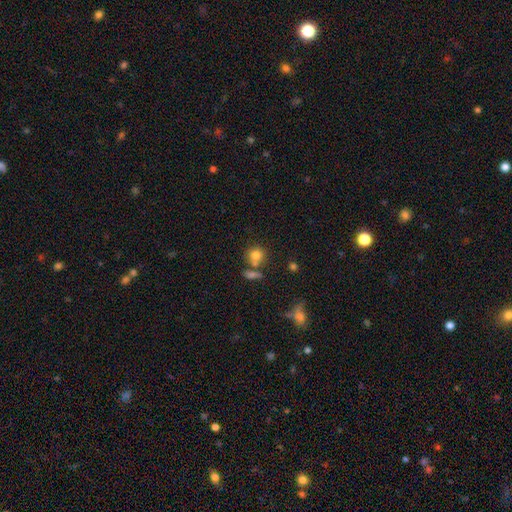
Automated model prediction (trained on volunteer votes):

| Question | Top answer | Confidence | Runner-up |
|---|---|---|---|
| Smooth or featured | smooth | 78% | star or artifact (12%) |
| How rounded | round | 82% | in between (16%) |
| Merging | none | 58% | merger (25%) |